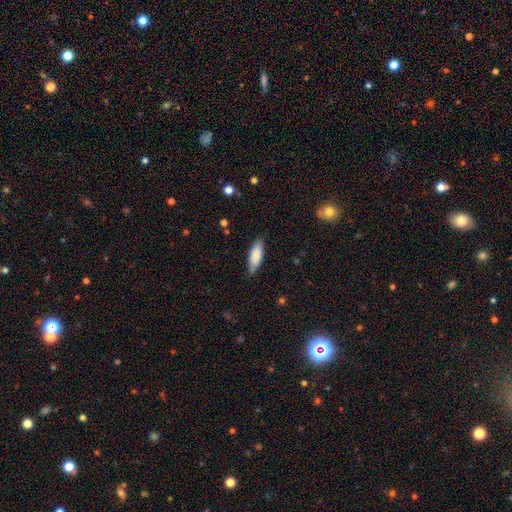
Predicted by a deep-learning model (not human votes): A smooth galaxy with no disk features (85%) that is in between round and cigar-shaped (59%).

Vote fractions:
- Smooth or featured? smooth: 85% / featured or disk: 9% / star or artifact: 6%
- How rounded? in between: 59% / cigar-shaped: 39% / round: 2%
- Merging? none: 84% / minor disturbance: 13% / major disturbance: 2% / merger: 1%